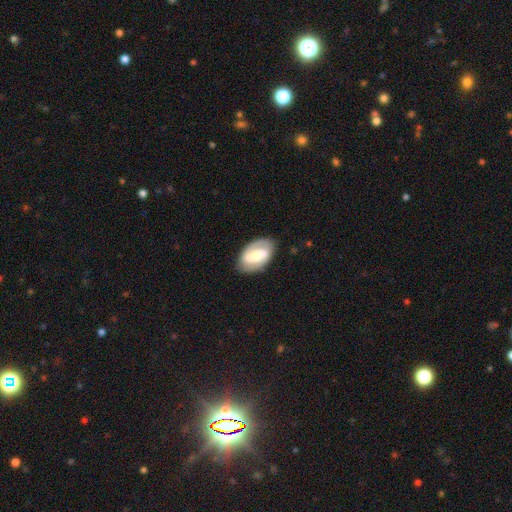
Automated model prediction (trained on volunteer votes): This appears to be a featured or disk galaxy (73%) with a strong bar (48%), 2 (87%) medium (43%) spiral arms (85%) and a moderate central bulge (51%). Merging: none (84%).